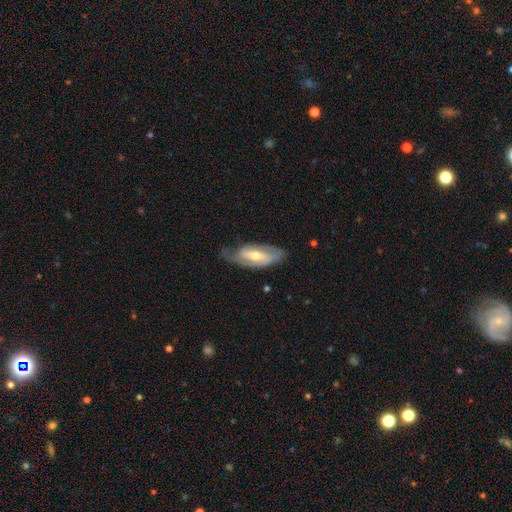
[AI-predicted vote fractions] Smooth or featured: featured or disk — 70% (smooth — 25%)
Edge-on disk: no — 86% (yes — 14%)
Bar: strong — 38% (weak — 37%)
Spiral arms: yes — 79% (no — 21%)
Bulge size: moderate — 55% (small — 40%)
Merging: none — 66% (minor disturbance — 24%)